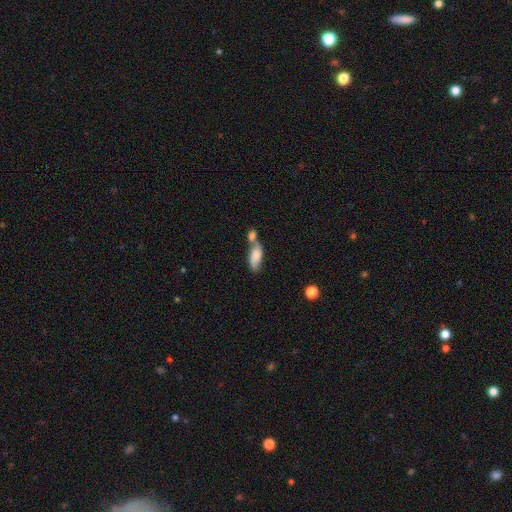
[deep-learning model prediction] This appears to be a smooth galaxy with no disk features (74%) that is in between round and cigar-shaped (78%). Merging: merger (60%).